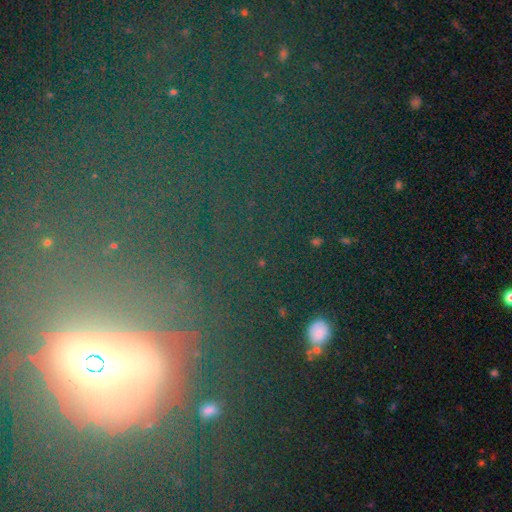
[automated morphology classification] Smooth or featured: star or artifact — 54% (smooth — 29%)